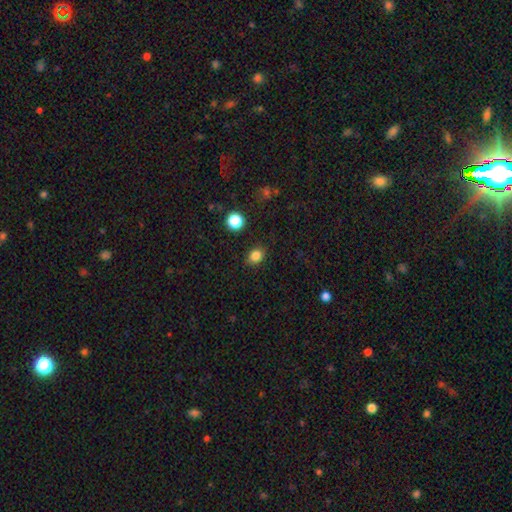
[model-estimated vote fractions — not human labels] smooth-or-featured: smooth: 83% | star or artifact: 12% | featured or disk: 5%
  how-rounded: in between: 53% | round: 46% | cigar-shaped: 1%
  merging: none: 87% | minor disturbance: 9% | major disturbance: 3% | merger: 2%